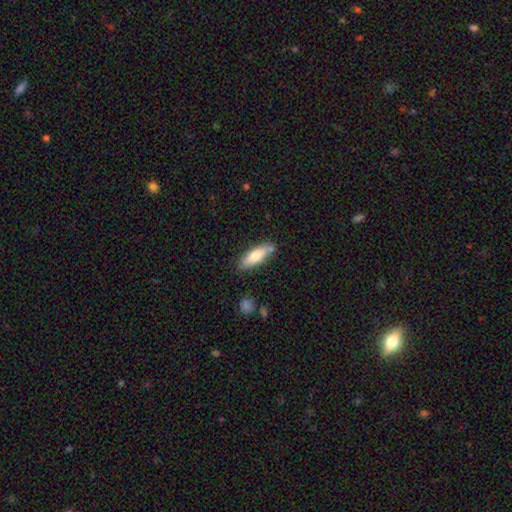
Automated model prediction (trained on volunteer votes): This is likely a smooth galaxy (73%). How rounded: possibly in between (52%). Merging: likely none (75%).